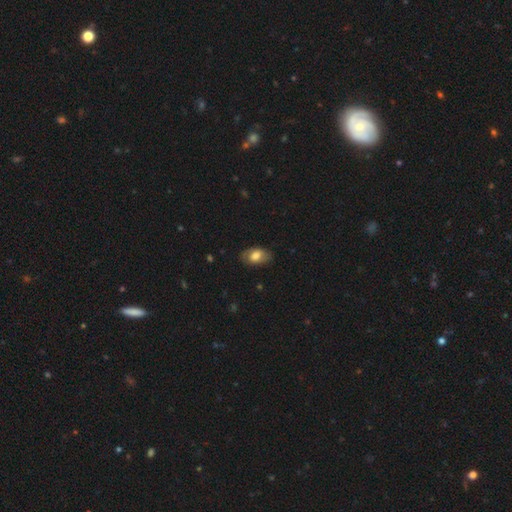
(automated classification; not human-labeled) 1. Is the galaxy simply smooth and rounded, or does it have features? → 71% smooth, 22% featured or disk, 7% star or artifact.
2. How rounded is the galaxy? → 91% in between, 8% round, 2% cigar-shaped.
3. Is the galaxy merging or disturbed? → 79% none, 16% minor disturbance, 4% major disturbance, 1% merger.